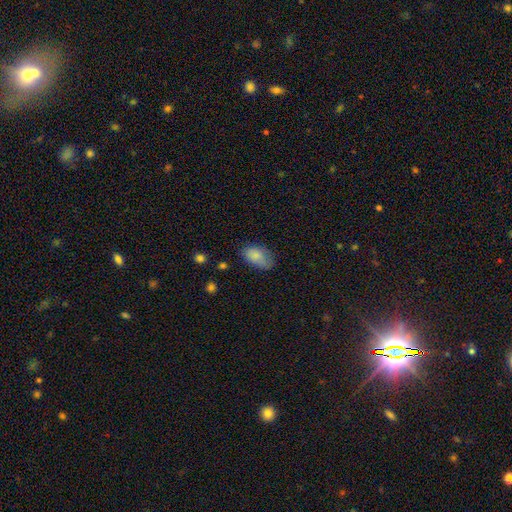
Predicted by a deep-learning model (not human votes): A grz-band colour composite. It shows a smooth galaxy with no disk features (83%) that is in between round and cigar-shaped (93%). Merging: none (64%).